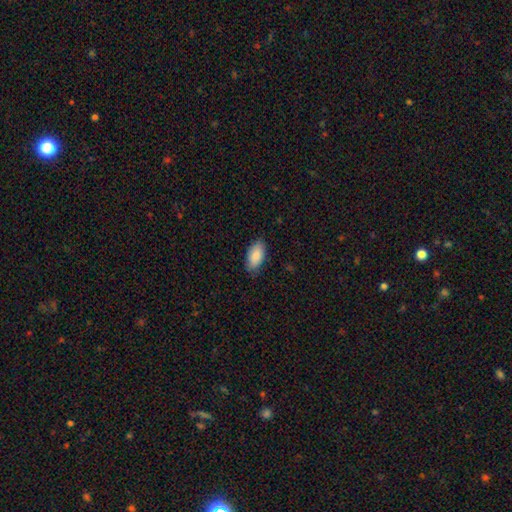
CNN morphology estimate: type=smooth (89%); roundness=in between (94%); merging=none (82%).